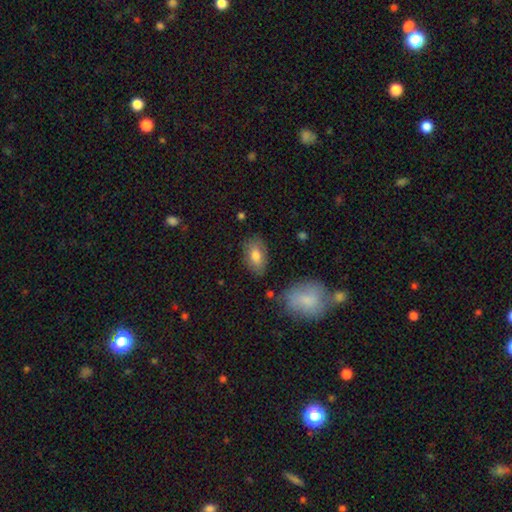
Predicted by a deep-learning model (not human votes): Q: Smooth or featured?
A: smooth (78%); runner-up: featured or disk (15%)
Q: How rounded?
A: in between (90%); runner-up: round (7%)
Q: Merging?
A: none (78%); runner-up: minor disturbance (16%)